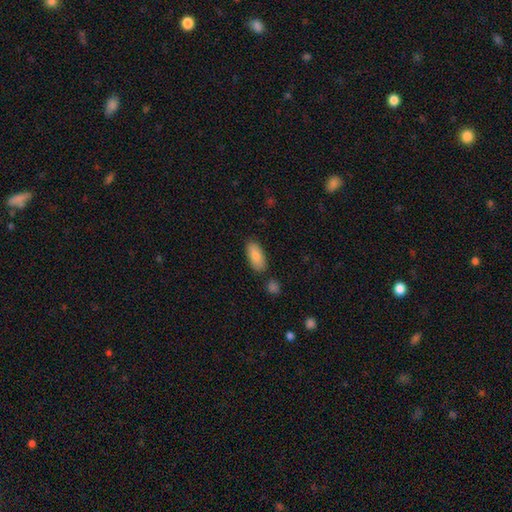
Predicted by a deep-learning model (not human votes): Smooth or featured? smooth (87%)
How rounded? in between (89%)
Merging? none (82%)